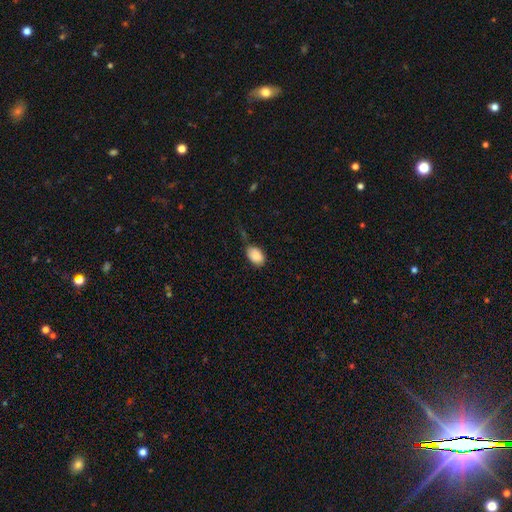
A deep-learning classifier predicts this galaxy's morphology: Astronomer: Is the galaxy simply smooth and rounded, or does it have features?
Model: smooth — 88%.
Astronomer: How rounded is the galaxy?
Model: in between — 88%.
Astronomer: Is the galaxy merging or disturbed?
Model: none — 66%.